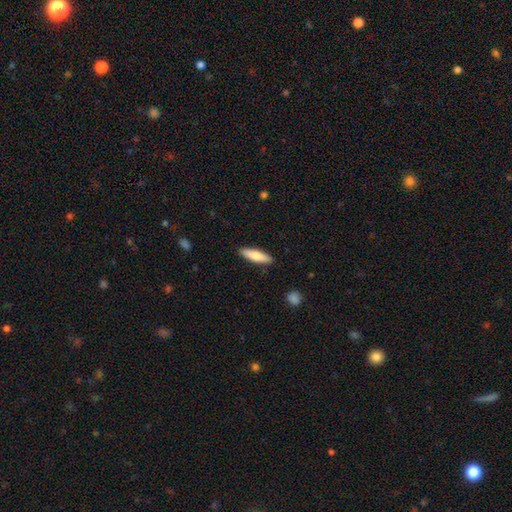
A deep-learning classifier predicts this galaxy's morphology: Q: Smooth or featured?
A: smooth (74%); runner-up: featured or disk (20%)
Q: How rounded?
A: cigar-shaped (64%); runner-up: in between (34%)
Q: Merging?
A: none (90%); runner-up: minor disturbance (8%)